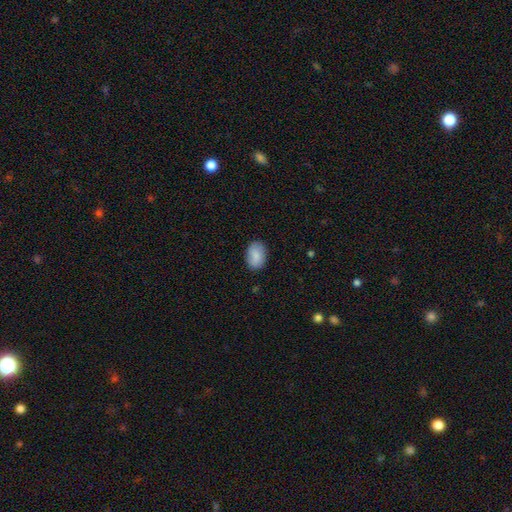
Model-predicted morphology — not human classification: smooth-or-featured: smooth: 88% | star or artifact: 6% | featured or disk: 6%
  how-rounded: in between: 85% | round: 13% | cigar-shaped: 1%
  merging: none: 85% | minor disturbance: 12% | major disturbance: 2% | merger: 1%